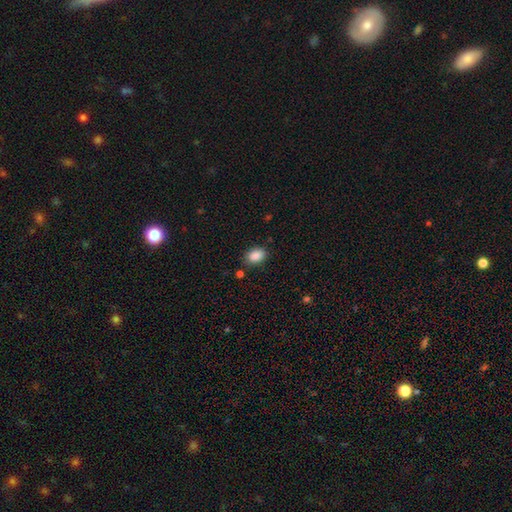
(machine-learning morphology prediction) smooth_or_featured: smooth (p=0.88) [alt: star or artifact p=0.08]
how_rounded: in between (p=0.83) [alt: round p=0.16]
merging: none (p=0.83) [alt: minor disturbance p=0.12]